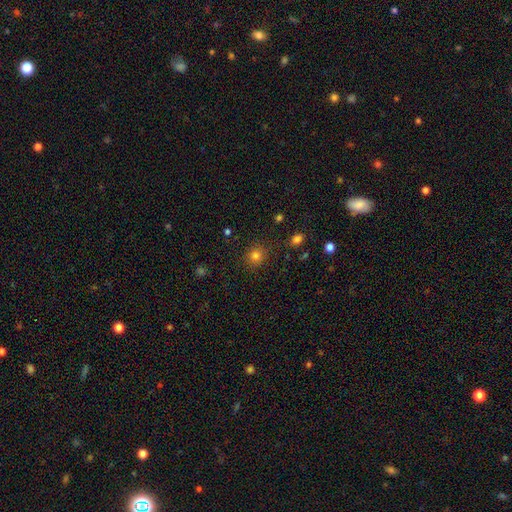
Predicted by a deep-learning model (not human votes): A smooth galaxy with no disk features (81%) that is round (85%). Merging: none (86%).